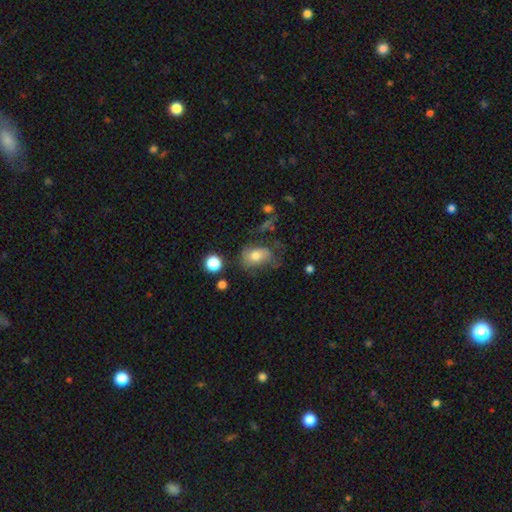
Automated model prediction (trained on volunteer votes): smooth 69%, featured or disk 21%, star or artifact 10%. Down the decision tree: how rounded — in between (74%); merging — none (38%).